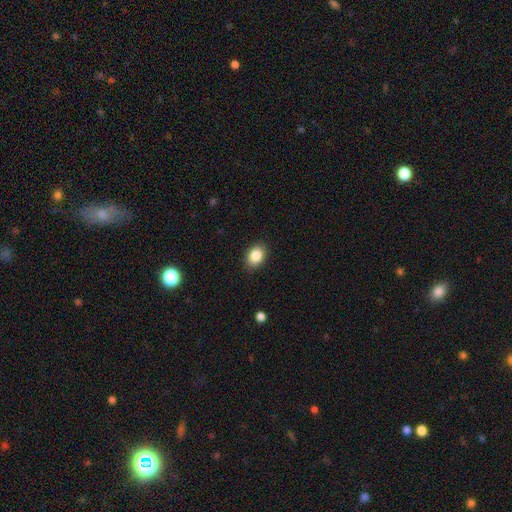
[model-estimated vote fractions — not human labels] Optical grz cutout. It shows a smooth galaxy with no disk features (86%) that is in between round and cigar-shaped (71%). Merging: none (87%).